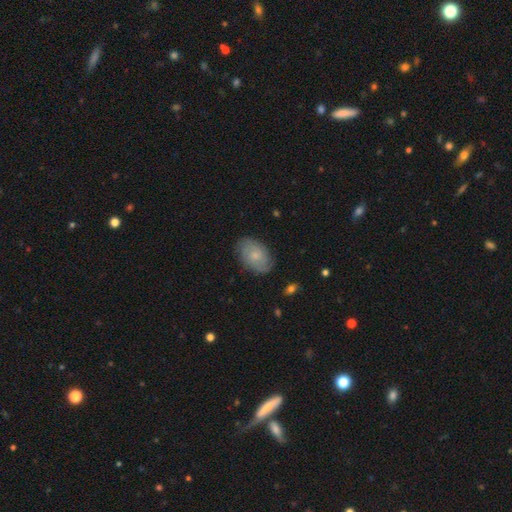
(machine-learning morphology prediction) smooth_or_featured: smooth (p=0.49) [alt: featured or disk p=0.44]
merging: none (p=0.80) [alt: minor disturbance p=0.16]